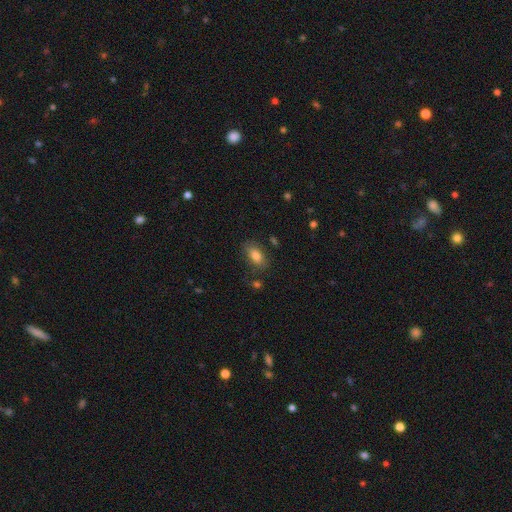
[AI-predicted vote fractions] A smooth galaxy with no disk features (80%) that is in between round and cigar-shaped (90%).

Vote fractions:
- Smooth or featured? smooth: 80% / featured or disk: 11% / star or artifact: 9%
- How rounded? in between: 90% / round: 6% / cigar-shaped: 5%
- Merging? none: 79% / minor disturbance: 14% / major disturbance: 4% / merger: 3%